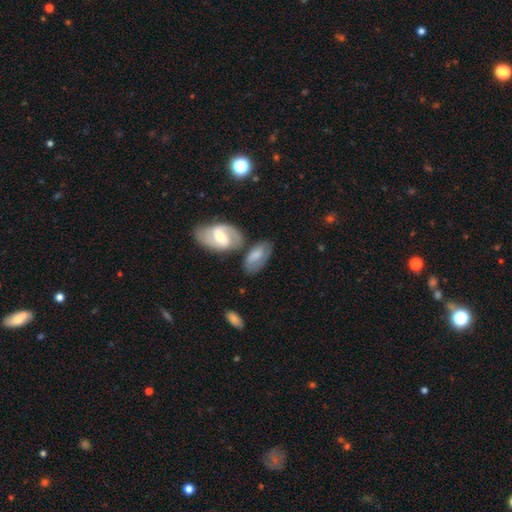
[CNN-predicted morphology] A smooth galaxy with no disk features (51%) that is in between round and cigar-shaped (91%).

Vote fractions:
- Smooth or featured? smooth: 51% / featured or disk: 42% / star or artifact: 7%
- How rounded? in between: 91% / round: 5% / cigar-shaped: 4%
- Merging? none: 56% / minor disturbance: 19% / merger: 18% / major disturbance: 7%